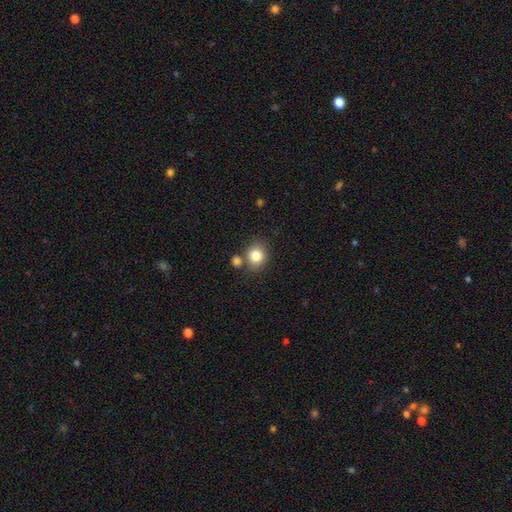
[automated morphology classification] The model was most divided on "how rounded": round: 74%, in between: 25%, cigar-shaped: 1%. More confident: smooth or featured — smooth (82%); merging — none (70%).